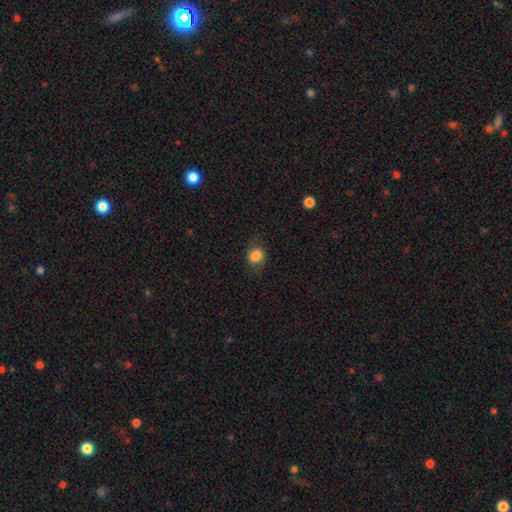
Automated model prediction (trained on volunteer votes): Overall: smooth (80%). How rounded: round (68%; in between 30%). Merging: none (75%).